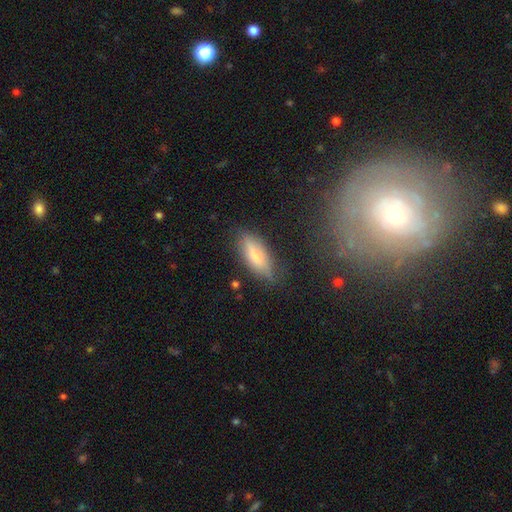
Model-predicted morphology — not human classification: Smooth or featured? smooth (66%)
How rounded? in between (62%)
Merging? none (70%)